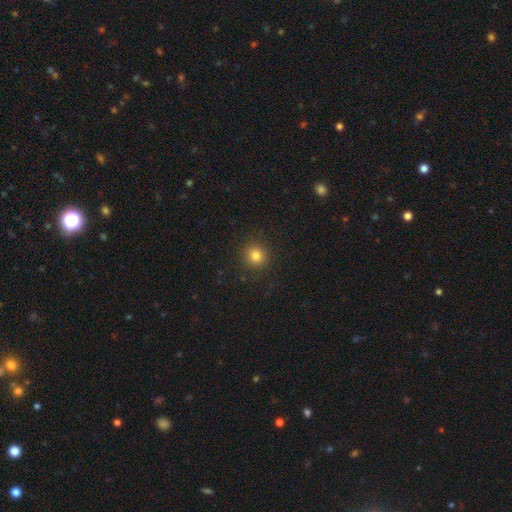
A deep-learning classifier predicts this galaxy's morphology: Smooth or featured? Predicted: smooth (p=0.81). How rounded? Predicted: round (p=0.93). Merging? Predicted: none (p=0.90).